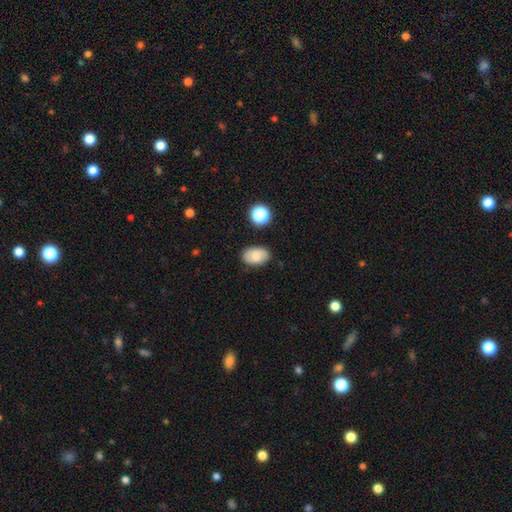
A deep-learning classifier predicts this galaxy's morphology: smooth_or_featured: smooth (p=0.77) [alt: featured or disk p=0.14]
how_rounded: in between (p=0.87) [alt: round p=0.11]
merging: none (p=0.84) [alt: minor disturbance p=0.12]